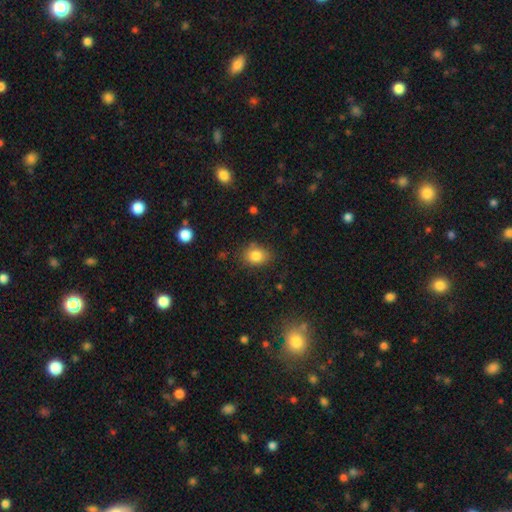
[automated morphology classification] type=smooth (83%); roundness=in between (58%); merging=none (77%).